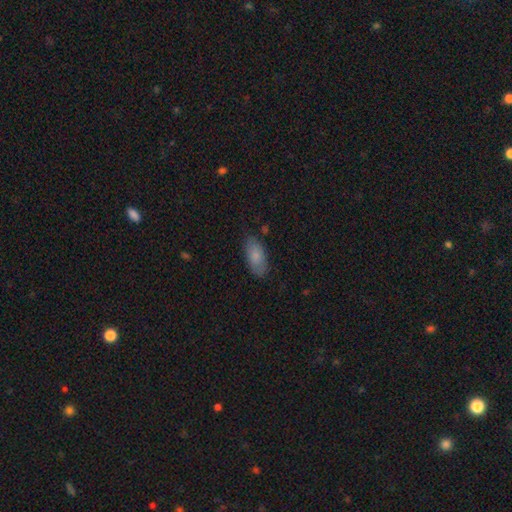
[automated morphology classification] Smooth or featured? smooth (81%)
How rounded? in between (90%)
Merging? none (79%)